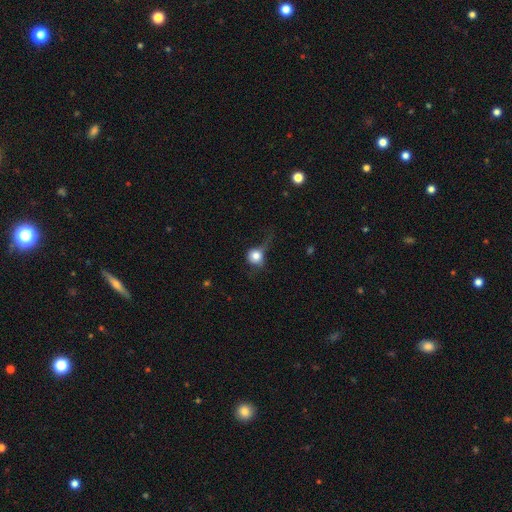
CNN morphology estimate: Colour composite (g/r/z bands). It shows a smooth galaxy with no disk features (74%) that is round (84%). Merging: major disturbance (35%).